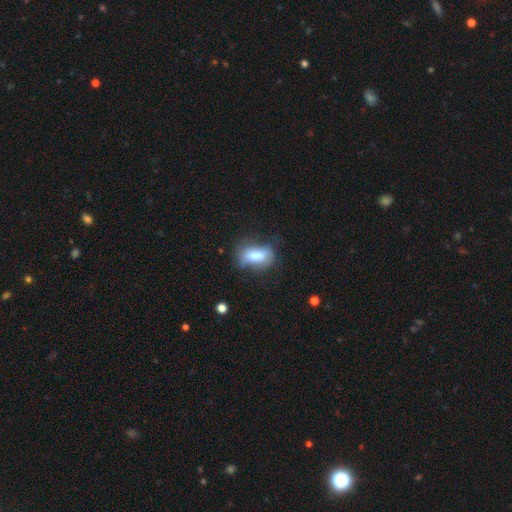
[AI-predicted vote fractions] A smooth galaxy with no disk features (75%) that is in between round and cigar-shaped (86%).

Vote fractions:
- Smooth or featured? smooth: 75% / featured or disk: 17% / star or artifact: 8%
- How rounded? in between: 86% / round: 7% / cigar-shaped: 7%
- Merging? none: 54% / minor disturbance: 29% / major disturbance: 14% / merger: 3%